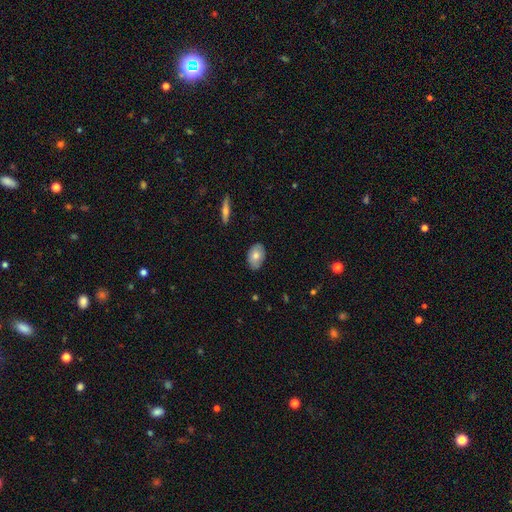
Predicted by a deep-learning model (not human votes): smooth 72%, featured or disk 21%, star or artifact 7%. Down the decision tree: how rounded — in between (89%); merging — none (83%).